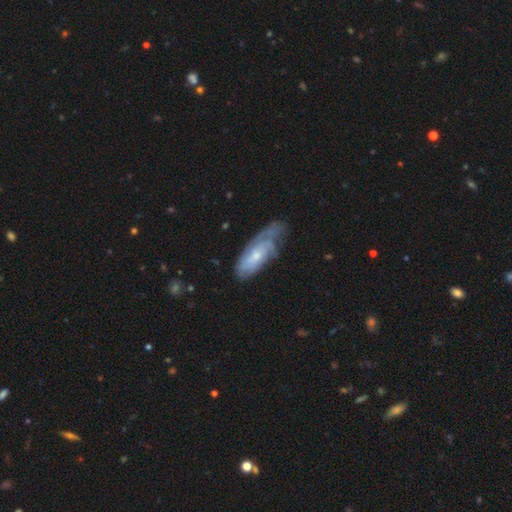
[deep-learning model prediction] Smooth or featured: featured or disk — 66% (smooth — 28%)
Edge-on disk: no — 87% (yes — 13%)
Bar: no — 69% (weak — 27%)
Spiral arms: yes — 85% (no — 15%)
Bulge size: small — 58% (moderate — 34%)
Merging: none — 48% (minor disturbance — 31%)